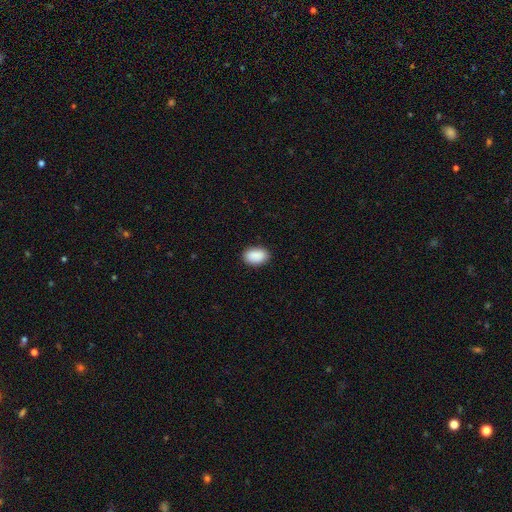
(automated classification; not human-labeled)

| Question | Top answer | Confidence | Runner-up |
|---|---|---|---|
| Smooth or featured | smooth | 91% | star or artifact (6%) |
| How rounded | in between | 90% | round (9%) |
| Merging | none | 88% | minor disturbance (9%) |